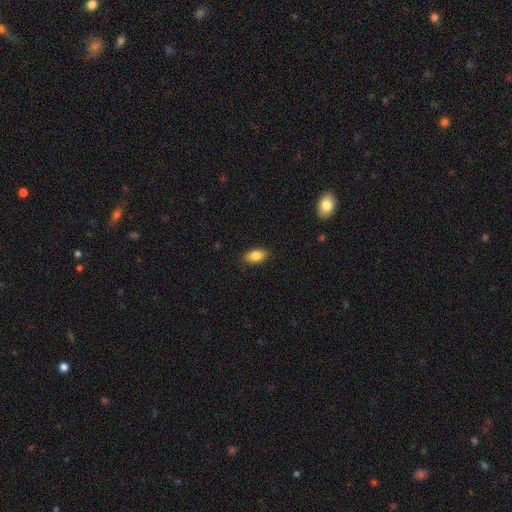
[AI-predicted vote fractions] This is clearly a smooth galaxy (84%). How rounded: clearly in between (90%). Merging: clearly none (85%).